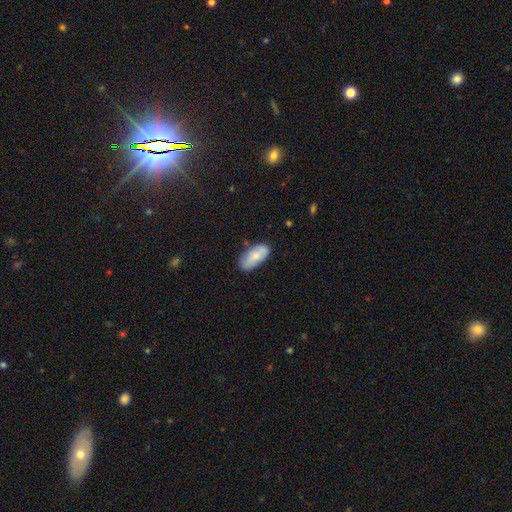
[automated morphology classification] type=smooth (74%); roundness=in between (92%); merging=none (71%).